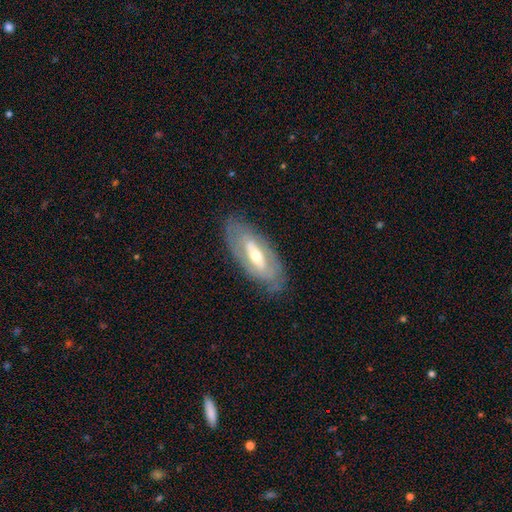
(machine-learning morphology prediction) Smooth or featured: featured or disk — 71% (smooth — 23%)
Edge-on disk: no — 84% (yes — 16%)
Bar: weak — 36% (strong — 33%)
Spiral arms: yes — 54% (no — 46%)
Bulge size: moderate — 57% (small — 37%)
Merging: none — 79% (minor disturbance — 15%)